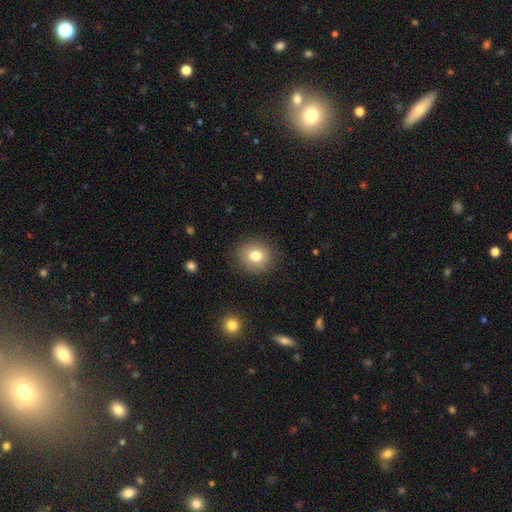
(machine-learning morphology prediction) This is likely a smooth galaxy (78%). How rounded: clearly round (80%). Merging: clearly none (88%).